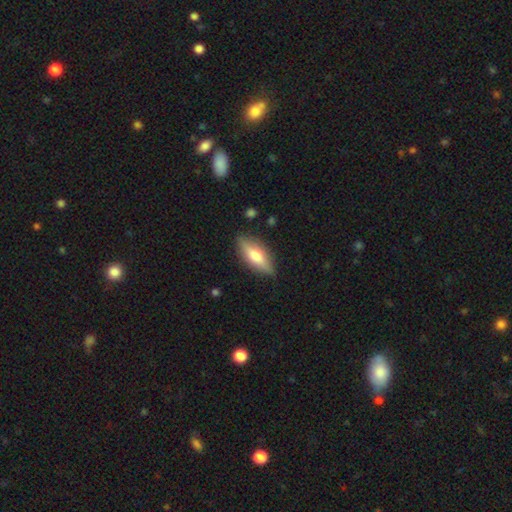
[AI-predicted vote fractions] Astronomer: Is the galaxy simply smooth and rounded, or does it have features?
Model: smooth — 52% (runner-up: featured or disk, 42%).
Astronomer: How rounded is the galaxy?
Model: in between — 60% (runner-up: cigar-shaped, 37%).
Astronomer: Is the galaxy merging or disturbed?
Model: none — 84%.